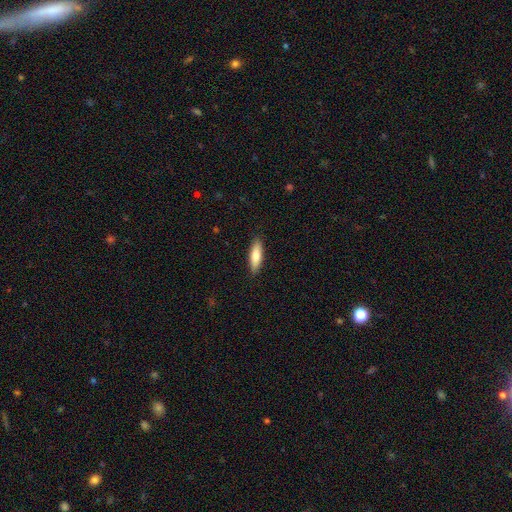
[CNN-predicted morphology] A smooth galaxy with no disk features (77%) that is cigar-shaped (55%).

Vote fractions:
- Smooth or featured? smooth: 77% / featured or disk: 17% / star or artifact: 6%
- How rounded? cigar-shaped: 55% / in between: 44% / round: 2%
- Merging? none: 89% / minor disturbance: 9% / major disturbance: 2% / merger: 1%